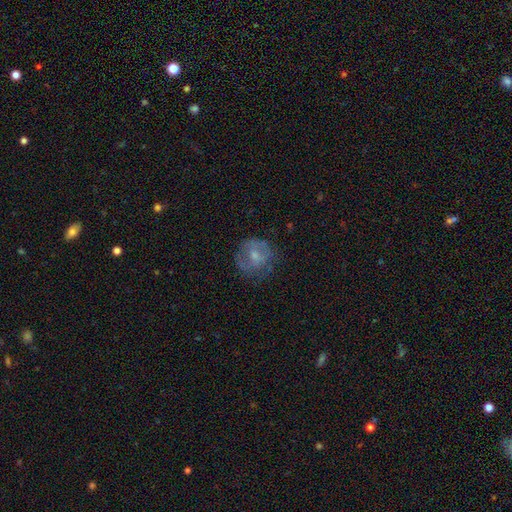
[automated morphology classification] Smooth or featured?
  - smooth: 51% *
  - featured or disk: 41%
  - star or artifact: 9%
How rounded?
  - round: 84% *
  - in between: 15%
  - cigar-shaped: 1%
Merging?
  - none: 62% *
  - minor disturbance: 23%
  - major disturbance: 14%
  - merger: 1%